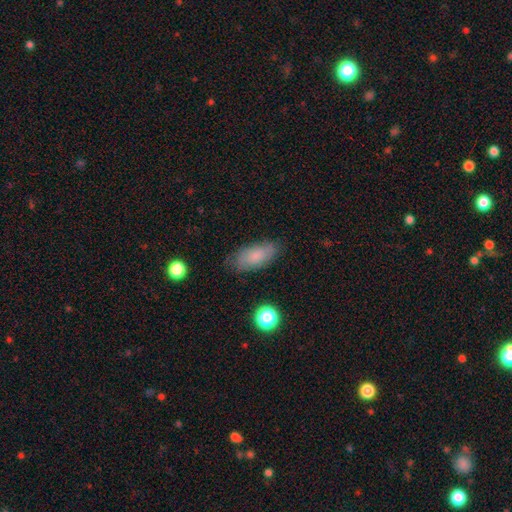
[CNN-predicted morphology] Smooth or featured? Predicted: smooth (p=0.77). How rounded? Predicted: in between (p=0.87). Merging? Predicted: none (p=0.76).